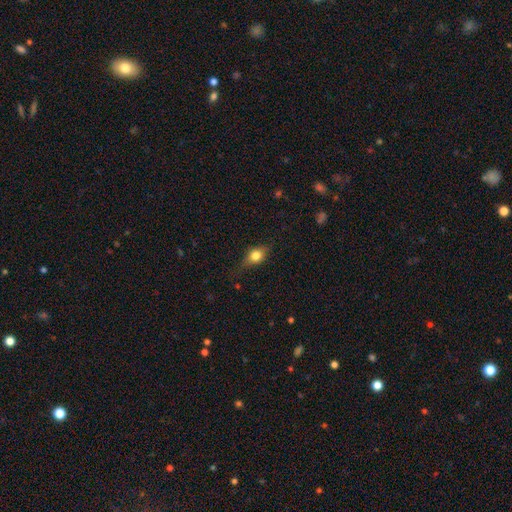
Overall: smooth (70%). How rounded: in between (62%; round 35%). Merging: none (72%).